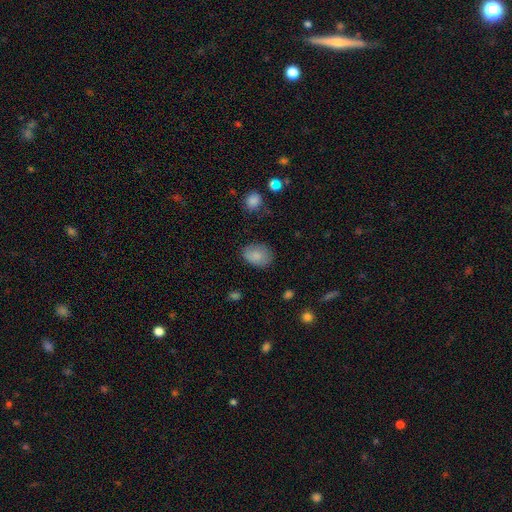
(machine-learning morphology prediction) smooth 84%, star or artifact 8%, featured or disk 8%. Down the decision tree: how rounded — in between (72%); merging — none (72%).